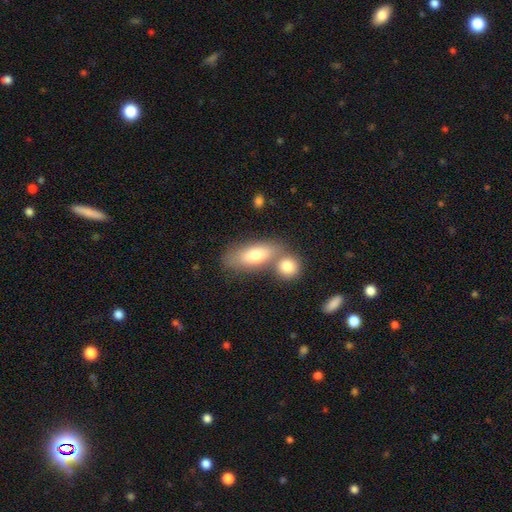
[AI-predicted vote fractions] smooth 73%, featured or disk 20%, star or artifact 7%. Down the decision tree: how rounded — in between (80%); merging — merger (45%).